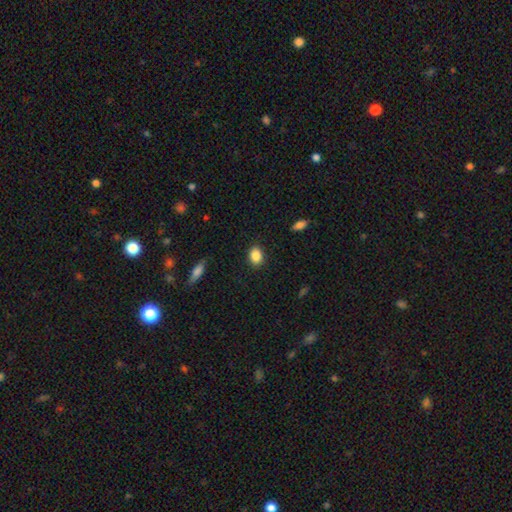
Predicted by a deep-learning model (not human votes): smooth-or-featured: smooth: 87% | star or artifact: 8% | featured or disk: 5%
  how-rounded: in between: 67% | round: 31% | cigar-shaped: 1%
  merging: none: 88% | minor disturbance: 9% | major disturbance: 2% | merger: 1%